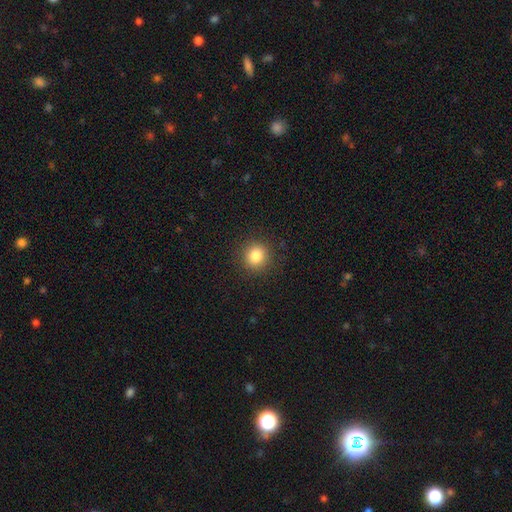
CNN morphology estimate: A smooth galaxy with no disk features (83%) that is round (91%). Merging: none (91%).